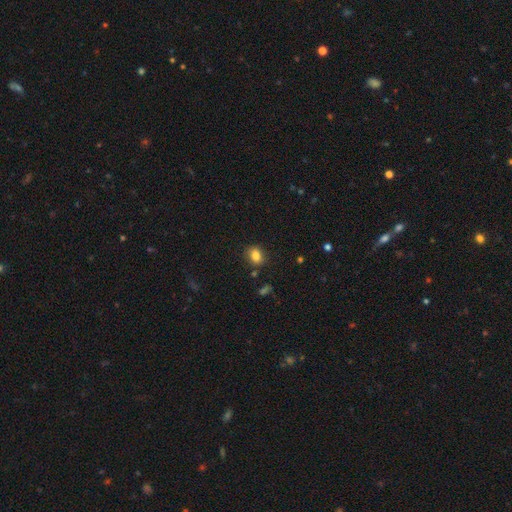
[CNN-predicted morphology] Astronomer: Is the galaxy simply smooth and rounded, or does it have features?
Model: smooth — 83%.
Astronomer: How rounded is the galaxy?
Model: in between — 62%.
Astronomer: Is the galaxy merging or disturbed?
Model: none — 83%.